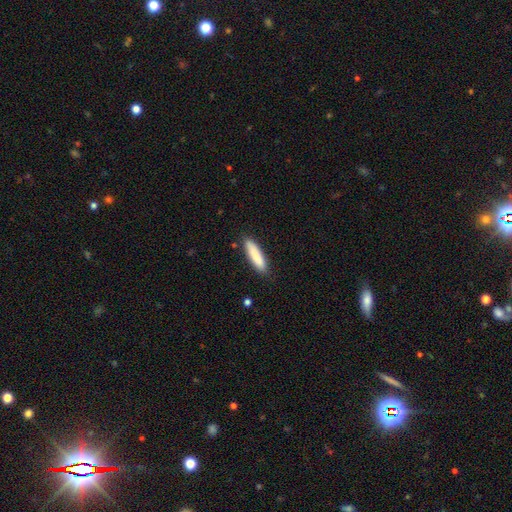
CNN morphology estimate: A smooth galaxy with no disk features (86%) that is cigar-shaped (73%).

Vote fractions:
- Smooth or featured? smooth: 86% / featured or disk: 9% / star or artifact: 6%
- How rounded? cigar-shaped: 73% / in between: 25% / round: 1%
- Merging? none: 84% / minor disturbance: 12% / major disturbance: 2% / merger: 2%